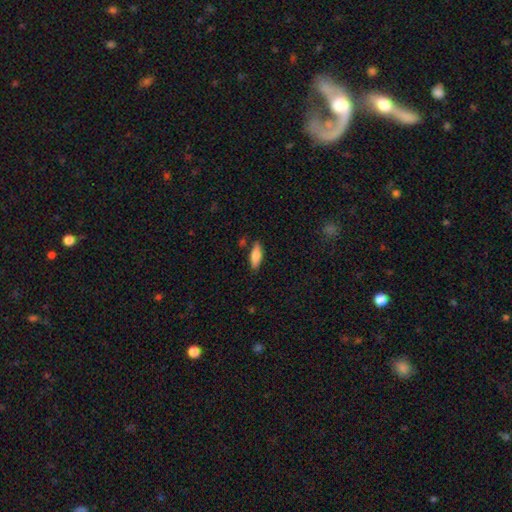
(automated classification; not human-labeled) Smooth or featured?
  - smooth: 79% *
  - featured or disk: 14%
  - star or artifact: 6%
How rounded?
  - in between: 61% *
  - cigar-shaped: 37%
  - round: 2%
Merging?
  - none: 80% *
  - minor disturbance: 14%
  - merger: 4%
  - major disturbance: 3%